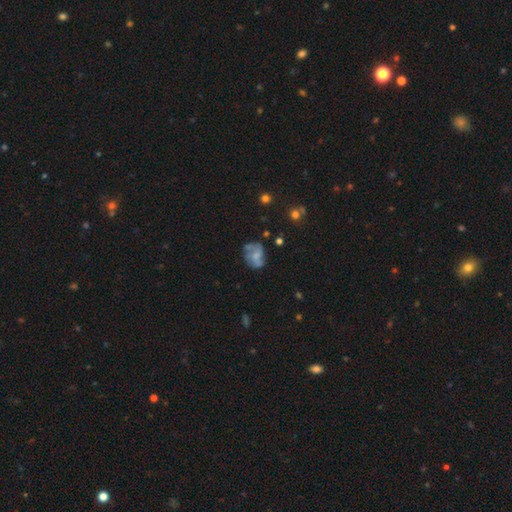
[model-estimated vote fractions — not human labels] This is possibly a featured or disk galaxy (50%). It is clearly not viewed edge-on (98%). Merging: possibly none (48%).